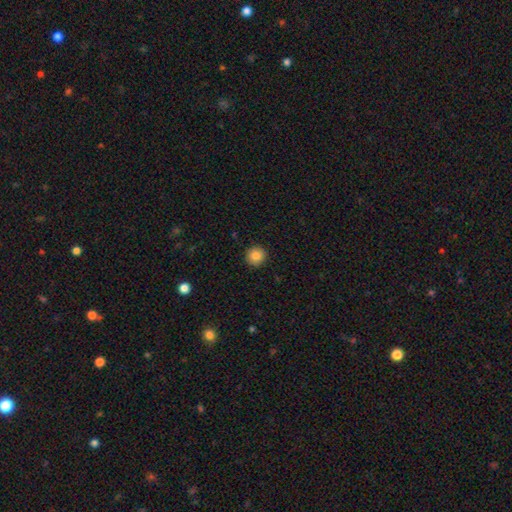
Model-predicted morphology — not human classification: A smooth galaxy with no disk features (84%) that is round (94%).

Vote fractions:
- Smooth or featured? smooth: 84% / star or artifact: 10% / featured or disk: 6%
- How rounded? round: 94% / in between: 5% / cigar-shaped: 1%
- Merging? none: 92% / minor disturbance: 5% / major disturbance: 2% / merger: 1%